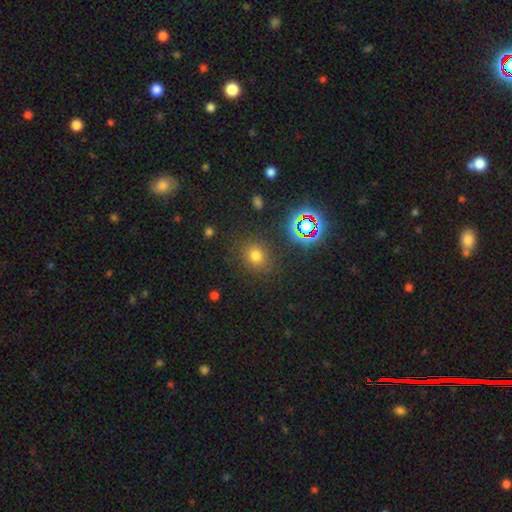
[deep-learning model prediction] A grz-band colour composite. It shows a smooth galaxy with no disk features (70%) that is round (74%). Merging: none (83%).